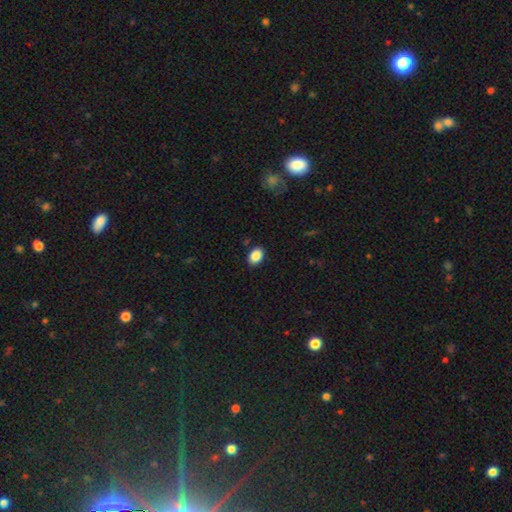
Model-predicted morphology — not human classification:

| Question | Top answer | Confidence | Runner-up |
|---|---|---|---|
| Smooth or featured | smooth | 88% | star or artifact (8%) |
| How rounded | in between | 76% | round (23%) |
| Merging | none | 87% | minor disturbance (9%) |